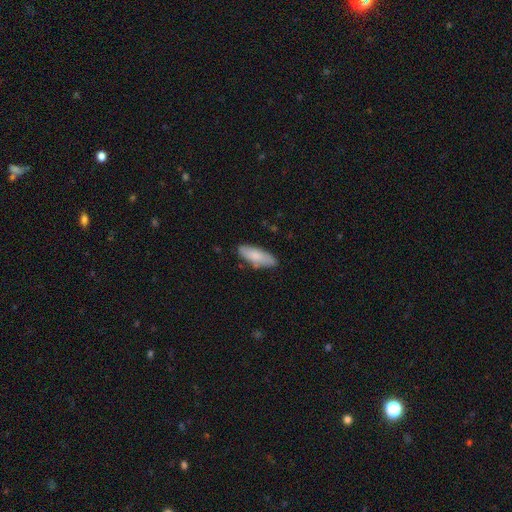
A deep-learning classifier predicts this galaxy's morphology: Smooth or featured?
  - smooth: 82% *
  - featured or disk: 13%
  - star or artifact: 6%
How rounded?
  - in between: 65% *
  - cigar-shaped: 34%
  - round: 2%
Merging?
  - none: 78% *
  - minor disturbance: 16%
  - merger: 3%
  - major disturbance: 3%